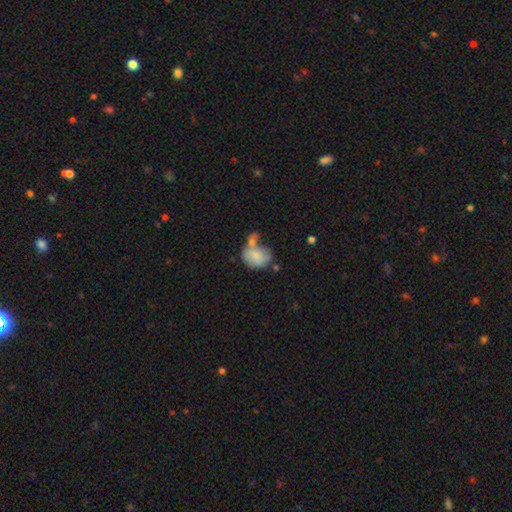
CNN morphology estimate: Smooth or featured: smooth — 72% (featured or disk — 21%)
How rounded: in between — 57% (round — 42%)
Merging: merger — 40% (none — 26%)